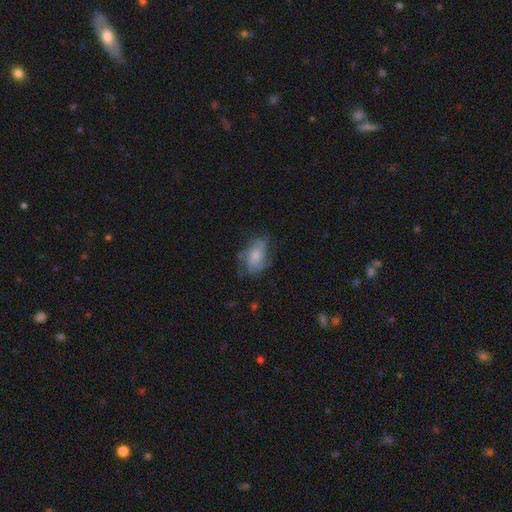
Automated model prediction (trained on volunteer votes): smooth_or_featured: featured or disk (p=0.56) [alt: smooth p=0.35]
disk_edge_on: no (p=0.95) [alt: yes p=0.05]
bar: no (p=0.74) [alt: weak p=0.22]
has_spiral_arms: yes (p=0.80) [alt: no p=0.20]
bulge_size: small (p=0.41) [alt: moderate p=0.38]
merging: none (p=0.58) [alt: minor disturbance p=0.24]